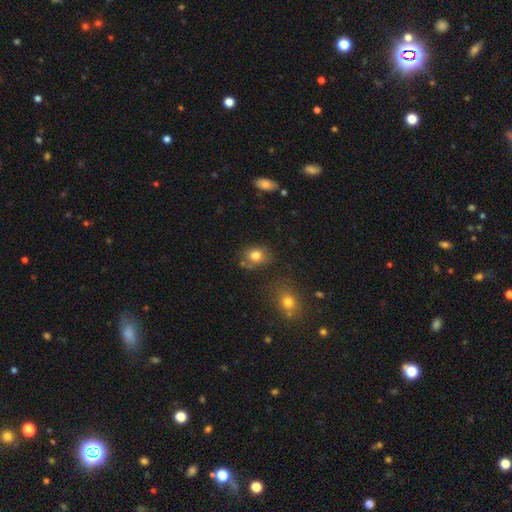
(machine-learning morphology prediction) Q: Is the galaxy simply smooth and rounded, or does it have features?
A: smooth — 80%.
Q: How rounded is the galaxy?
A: round — 51%.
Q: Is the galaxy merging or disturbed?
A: none — 68%.